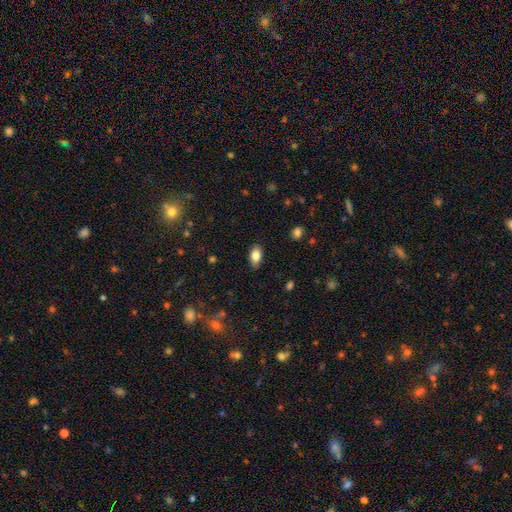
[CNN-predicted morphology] The model was most divided on "smooth or featured": smooth: 82%, featured or disk: 10%, star or artifact: 8%. More confident: how rounded — in between (90%); merging — none (85%).